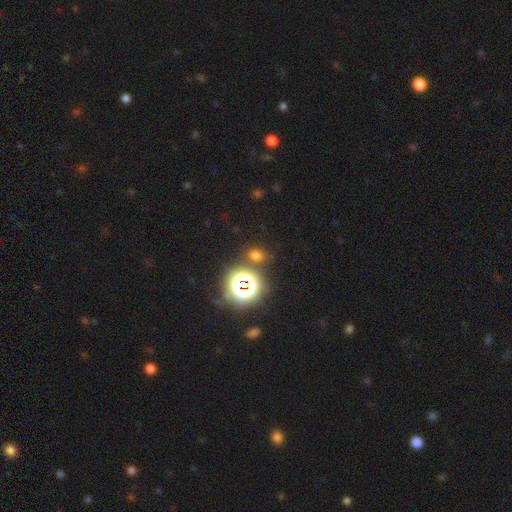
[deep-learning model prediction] This is possibly a smooth galaxy (55%). How rounded: possibly in between (52%). Merging: likely none (78%).